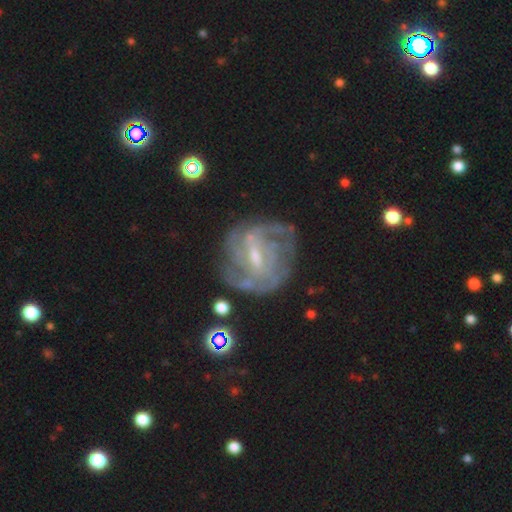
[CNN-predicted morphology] Smooth or featured? featured or disk (81%)
Edge-on disk? no (97%)
Bar? weak (55%)
Spiral arms? yes (84%)
Spiral winding? tight (50%)
Spiral arm count? can't tell (46%)
Bulge size? small (51%)
Merging? none (64%)